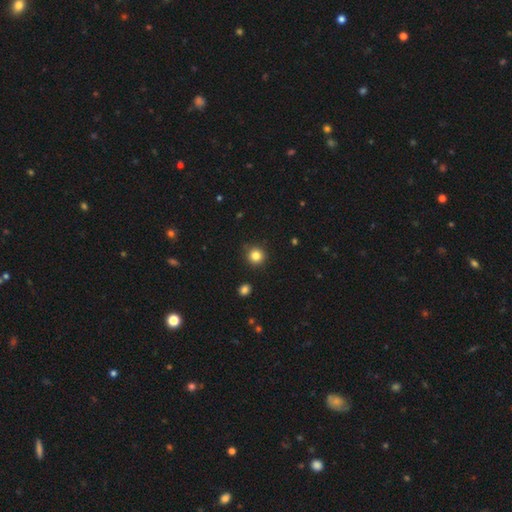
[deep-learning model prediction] This is clearly a smooth galaxy (83%). How rounded: clearly round (94%). Merging: clearly none (90%).